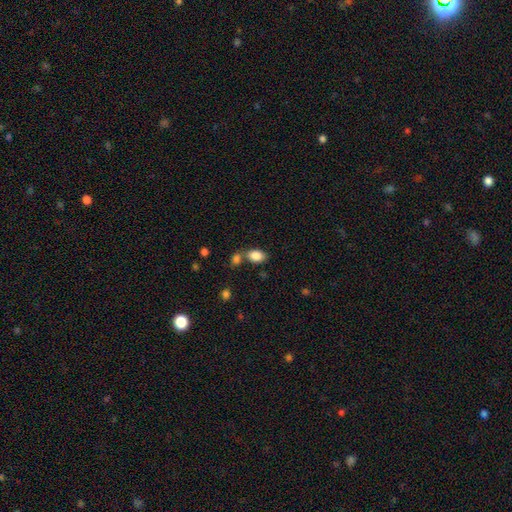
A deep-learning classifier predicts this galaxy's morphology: smooth 86%, star or artifact 8%, featured or disk 6%. Down the decision tree: how rounded — in between (85%); merging — none (57%).